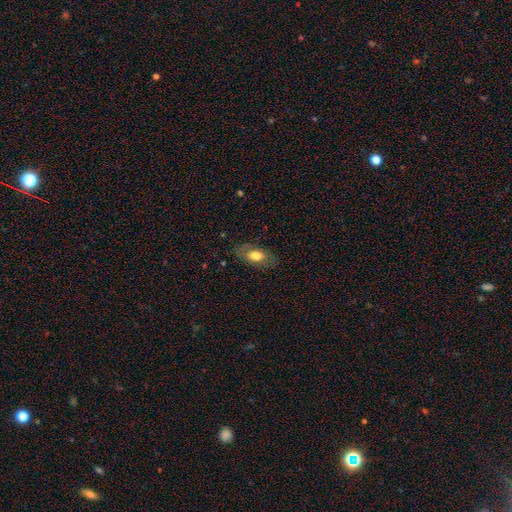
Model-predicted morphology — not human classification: A smooth galaxy with no disk features (64%) that is in between round and cigar-shaped (90%). Merging: none (76%).